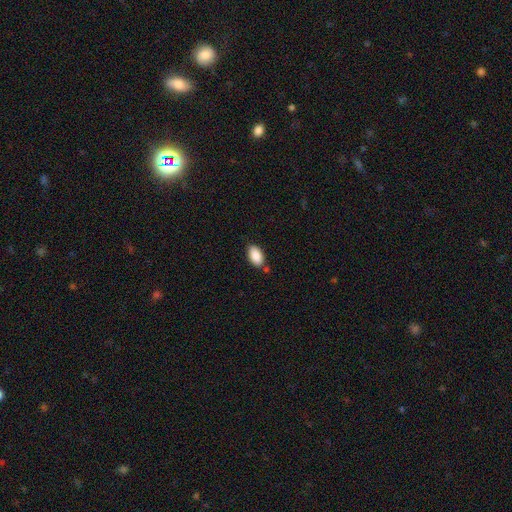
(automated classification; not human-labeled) Morphology: type=smooth (89%); roundness=in between (94%); merging=none (79%).